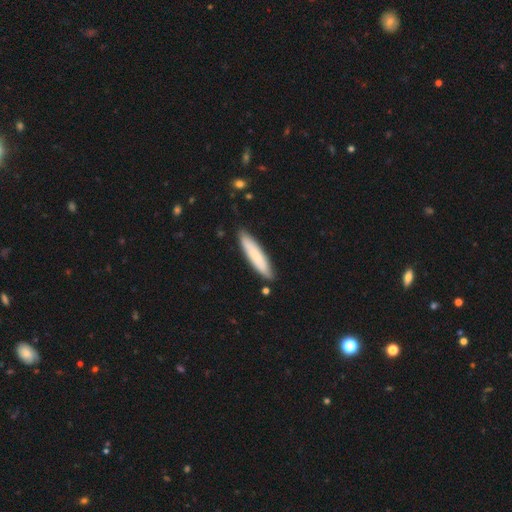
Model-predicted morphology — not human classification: Q: Smooth or featured?
A: smooth (76%); runner-up: featured or disk (19%)
Q: How rounded?
A: cigar-shaped (85%); runner-up: in between (14%)
Q: Merging?
A: none (85%); runner-up: minor disturbance (12%)